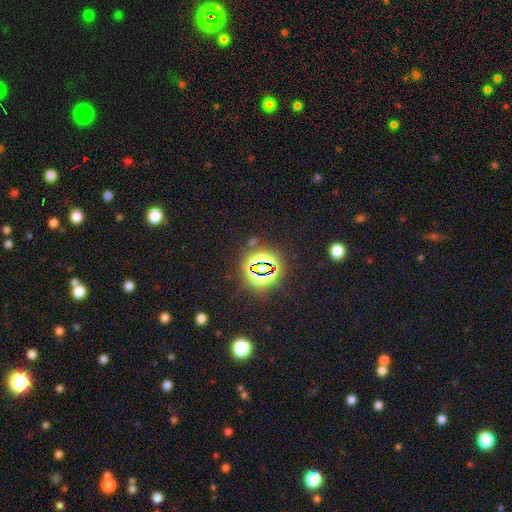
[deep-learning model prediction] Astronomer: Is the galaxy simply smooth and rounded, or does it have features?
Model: star or artifact — 79%.